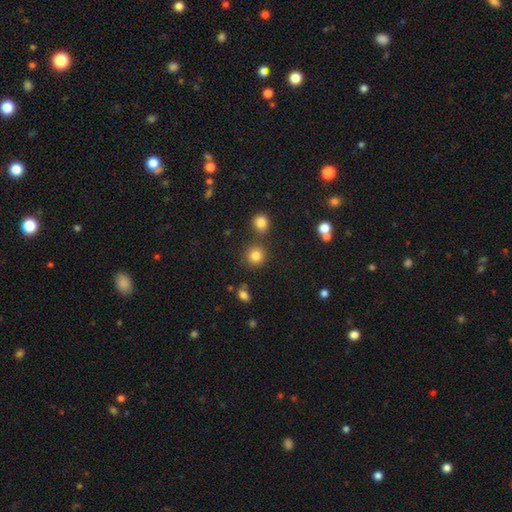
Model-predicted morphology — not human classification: A smooth galaxy with no disk features (82%) that is round (91%).

Vote fractions:
- Smooth or featured? smooth: 82% / star or artifact: 12% / featured or disk: 6%
- How rounded? round: 91% / in between: 8% / cigar-shaped: 1%
- Merging? none: 79% / merger: 10% / minor disturbance: 8% / major disturbance: 3%